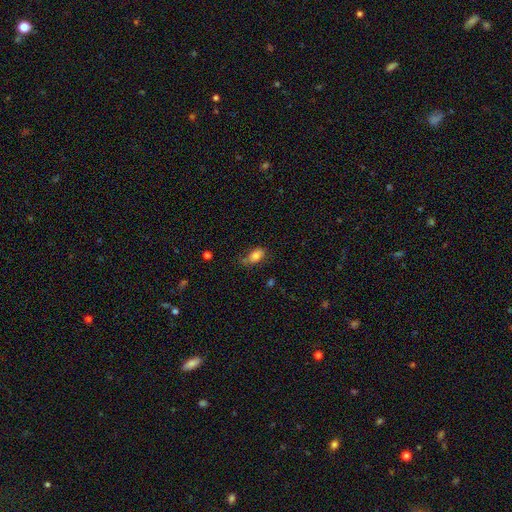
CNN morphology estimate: Smooth or featured: smooth — 80% (featured or disk — 11%)
How rounded: in between — 89% (round — 6%)
Merging: none — 54% (minor disturbance — 31%)